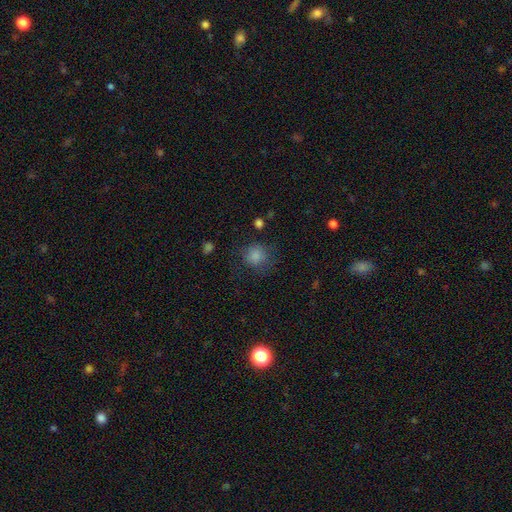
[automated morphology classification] smooth 83%, star or artifact 12%, featured or disk 6%. Down the decision tree: how rounded — round (86%); merging — none (71%).